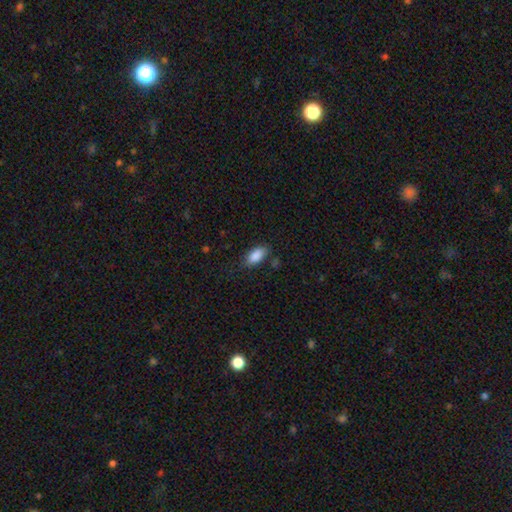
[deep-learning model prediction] Q: Smooth or featured?
A: smooth (88%); runner-up: star or artifact (7%)
Q: How rounded?
A: in between (91%); runner-up: cigar-shaped (6%)
Q: Merging?
A: none (75%); runner-up: minor disturbance (17%)